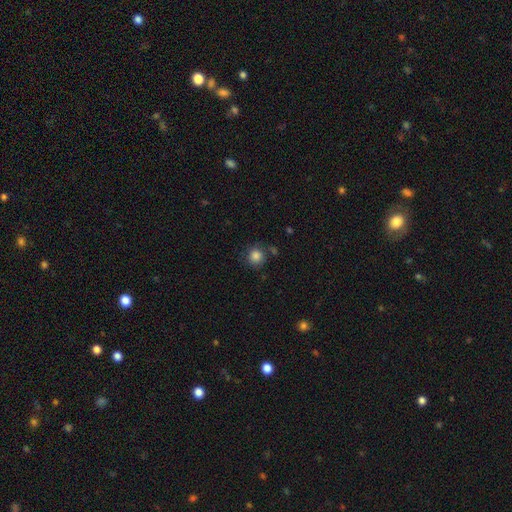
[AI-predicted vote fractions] smooth-or-featured: smooth: 84% | star or artifact: 10% | featured or disk: 6%
  how-rounded: round: 91% | in between: 8% | cigar-shaped: 1%
  merging: none: 76% | minor disturbance: 14% | merger: 5% | major disturbance: 5%